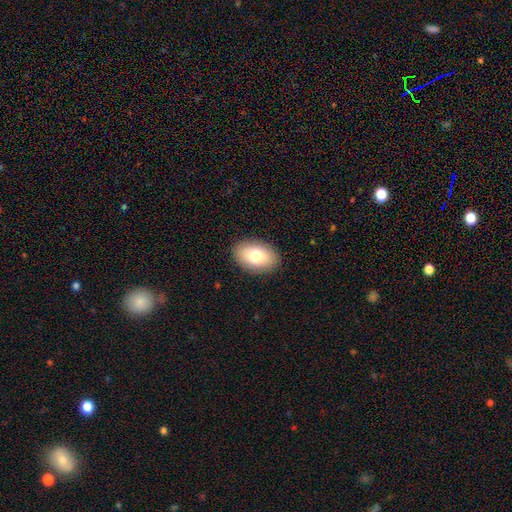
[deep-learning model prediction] Q: Smooth or featured?
A: smooth (77%); runner-up: featured or disk (15%)
Q: How rounded?
A: in between (89%); runner-up: round (10%)
Q: Merging?
A: none (89%); runner-up: minor disturbance (8%)